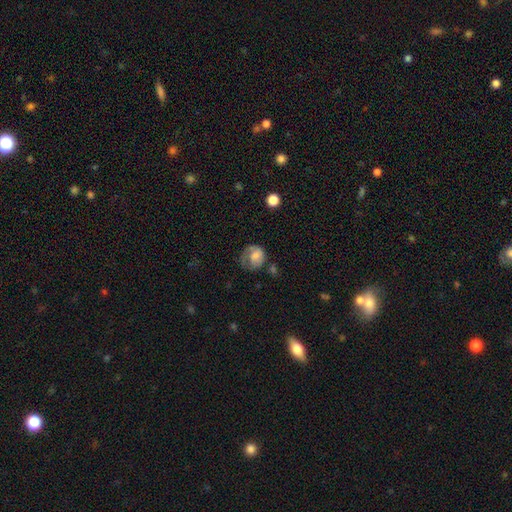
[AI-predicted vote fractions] Smooth or featured?
  - smooth: 56% *
  - featured or disk: 36%
  - star or artifact: 8%
How rounded?
  - round: 66% *
  - in between: 33%
  - cigar-shaped: 1%
Merging?
  - none: 39% *
  - major disturbance: 30%
  - minor disturbance: 28%
  - merger: 4%